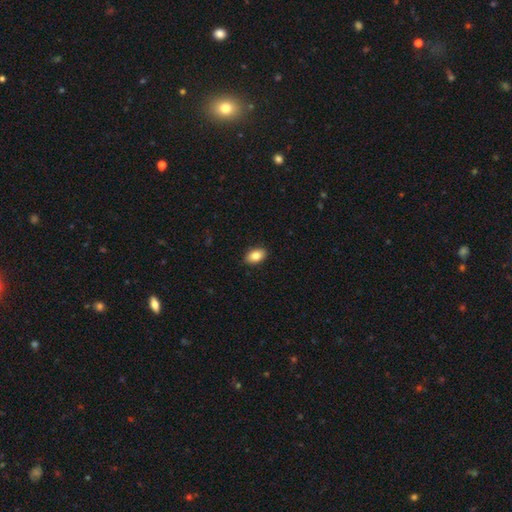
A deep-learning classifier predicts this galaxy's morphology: smooth 85%, featured or disk 8%, star or artifact 8%. Down the decision tree: how rounded — in between (88%); merging — none (90%).